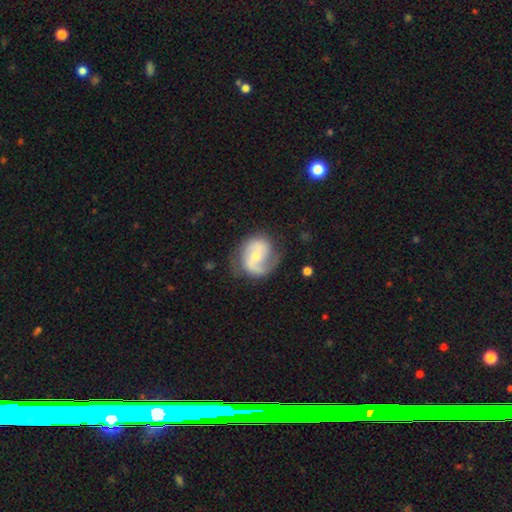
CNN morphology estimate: Q: Smooth or featured?
A: featured or disk (78%); runner-up: smooth (17%)
Q: Edge-on disk?
A: no (98%); runner-up: yes (2%)
Q: Bar?
A: no (47%); runner-up: weak (41%)
Q: Spiral arms?
A: yes (93%); runner-up: no (7%)
Q: Spiral winding?
A: medium (47%); runner-up: loose (28%)
Q: Spiral arm count?
A: 2 (74%); runner-up: 1 (16%)
Q: Bulge size?
A: moderate (48%); runner-up: small (46%)
Q: Merging?
A: none (68%); runner-up: minor disturbance (21%)